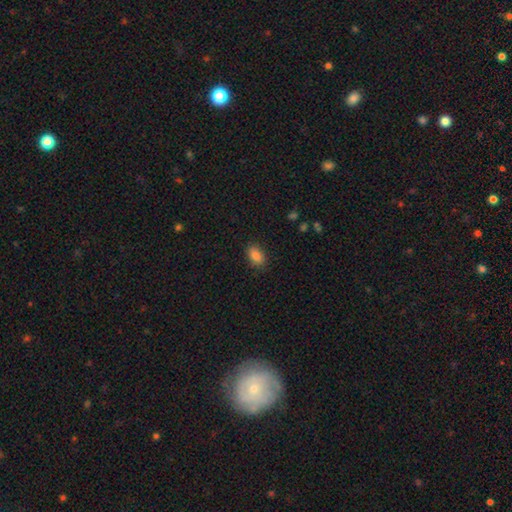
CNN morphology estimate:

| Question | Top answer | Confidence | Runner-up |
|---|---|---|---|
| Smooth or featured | smooth | 87% | star or artifact (8%) |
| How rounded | in between | 88% | round (10%) |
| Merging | none | 86% | minor disturbance (10%) |